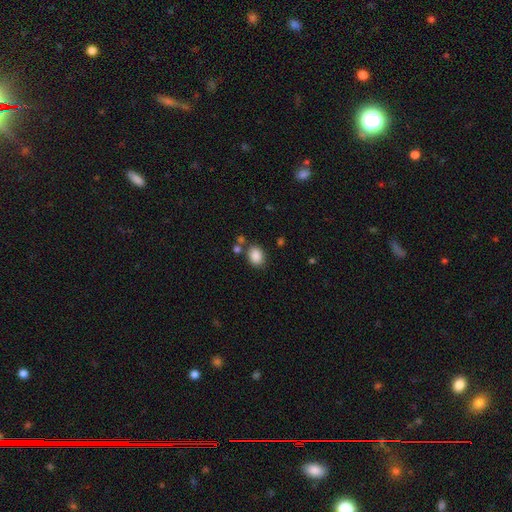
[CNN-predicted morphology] Smooth or featured? smooth (87%)
How rounded? in between (67%)
Merging? none (74%)